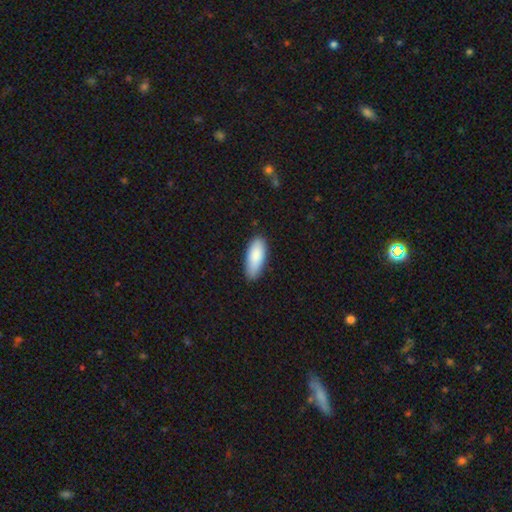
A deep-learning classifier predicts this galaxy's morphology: type=smooth (88%); roundness=in between (80%); merging=none (84%).